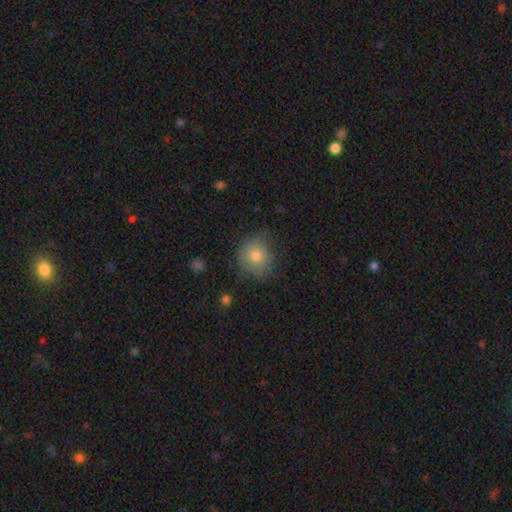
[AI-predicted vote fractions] Morphology: type=smooth (74%); roundness=round (85%); merging=none (66%).